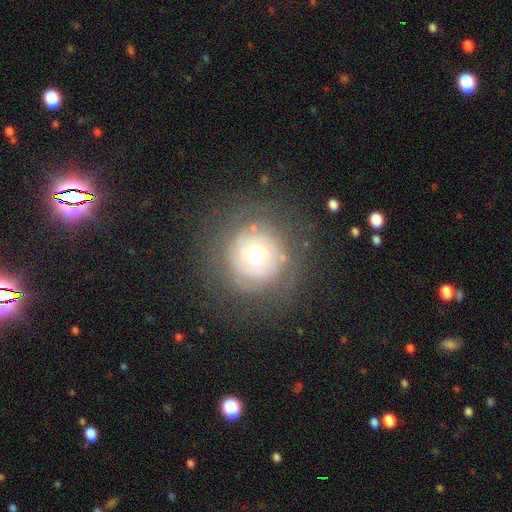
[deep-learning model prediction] The model was most divided on "smooth or featured": featured or disk: 57%, smooth: 33%, star or artifact: 11%. More confident: edge-on disk — no (97%); bar — no (85%); merging — none (75%); spiral arms — yes (70%); bulge size — moderate (68%).